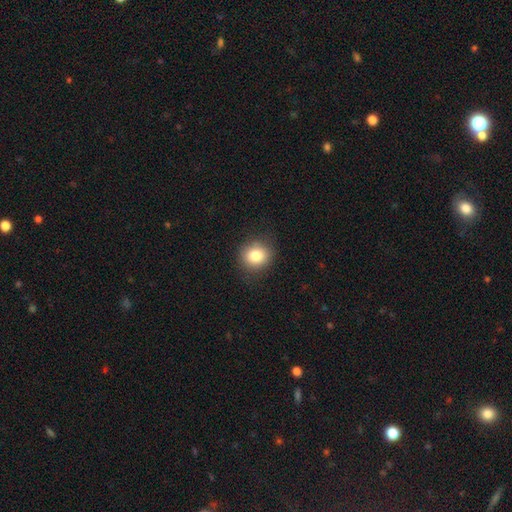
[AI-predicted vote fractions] Smooth or featured? Predicted: smooth (p=0.81). How rounded? Predicted: round (p=0.80). Merging? Predicted: none (p=0.86).